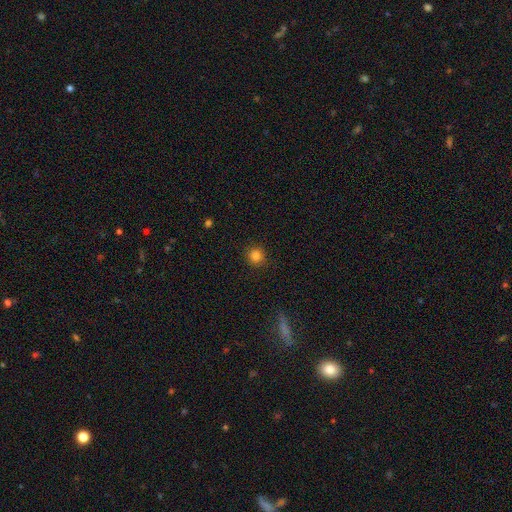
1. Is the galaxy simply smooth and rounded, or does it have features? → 88% smooth, 10% star or artifact, 2% featured or disk.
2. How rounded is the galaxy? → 89% round, 11% in between, 0% cigar-shaped.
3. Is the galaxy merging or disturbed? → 89% none, 11% minor disturbance, 0% major disturbance, 0% merger.